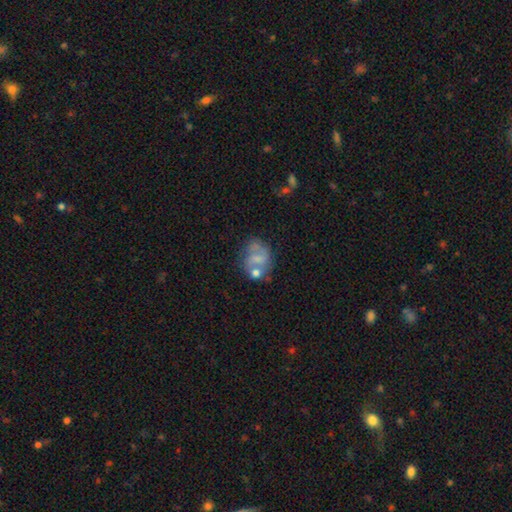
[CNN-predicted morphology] Smooth or featured: featured or disk — 49% (smooth — 39%)
Merging: none — 43% (merger — 23%)